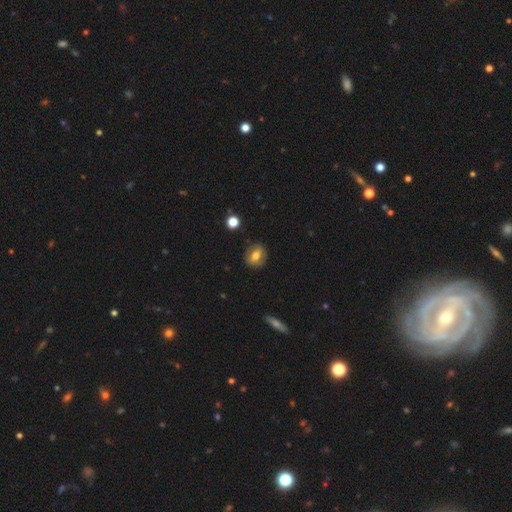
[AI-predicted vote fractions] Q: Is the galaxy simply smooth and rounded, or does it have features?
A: smooth — 59%.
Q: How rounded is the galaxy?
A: round — 53%.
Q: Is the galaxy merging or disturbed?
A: none — 82%.